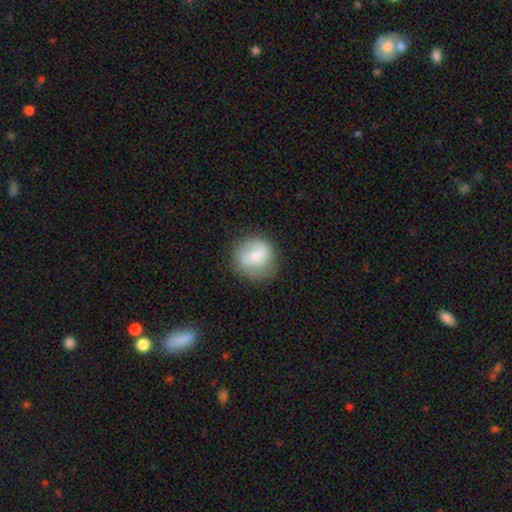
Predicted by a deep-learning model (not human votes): A smooth galaxy with no disk features (66%) that is round (89%).

Vote fractions:
- Smooth or featured? smooth: 66% / featured or disk: 27% / star or artifact: 8%
- How rounded? round: 89% / in between: 10% / cigar-shaped: 1%
- Merging? none: 74% / minor disturbance: 18% / major disturbance: 7% / merger: 1%